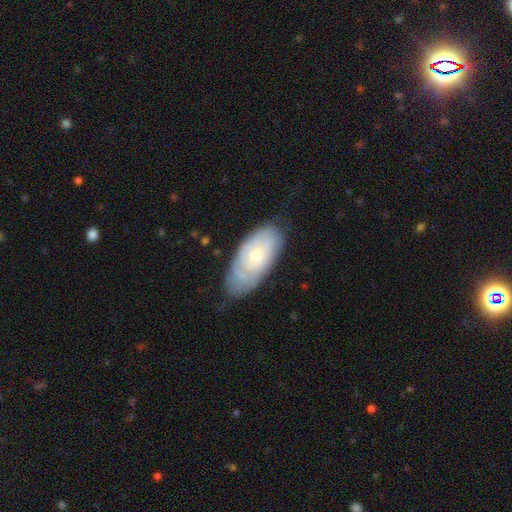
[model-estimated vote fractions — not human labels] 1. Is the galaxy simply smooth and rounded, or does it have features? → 53% featured or disk, 41% smooth, 6% star or artifact.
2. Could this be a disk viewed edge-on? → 91% no, 9% yes.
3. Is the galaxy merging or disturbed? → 66% none, 26% minor disturbance, 6% major disturbance, 2% merger.